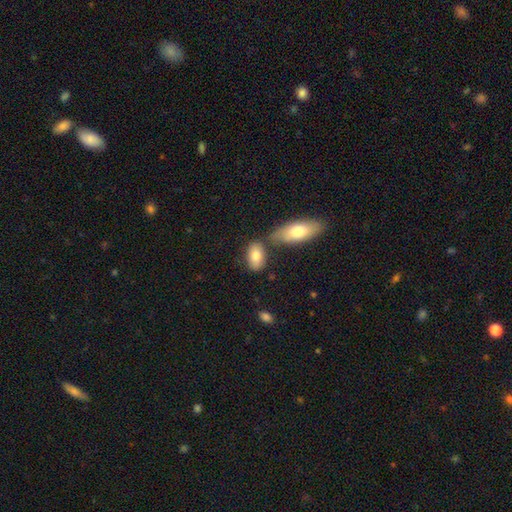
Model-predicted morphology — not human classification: Smooth or featured? Predicted: smooth (p=0.79). How rounded? Predicted: in between (p=0.90). Merging? Predicted: none (p=0.61).